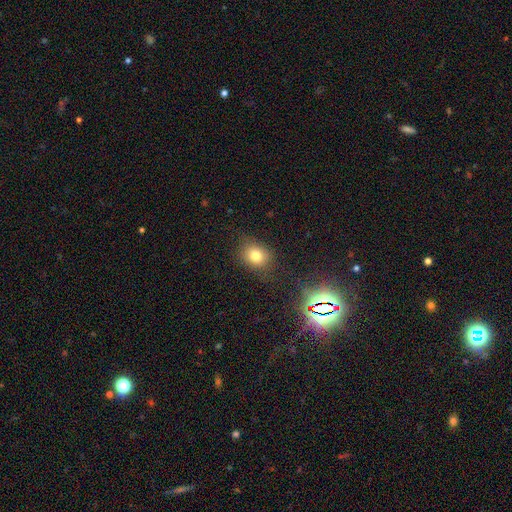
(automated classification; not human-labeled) This is likely a smooth galaxy (76%). How rounded: possibly round (60%). Merging: likely none (79%).